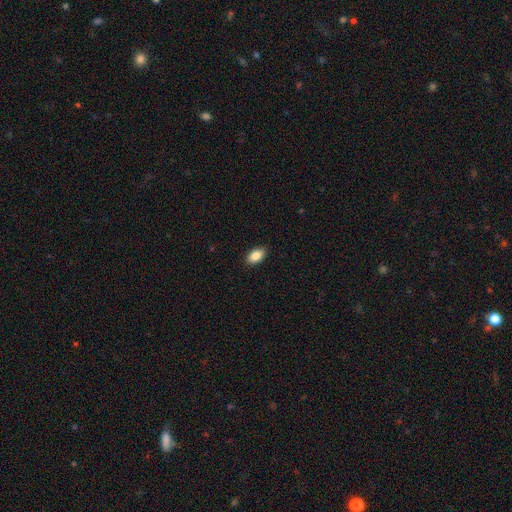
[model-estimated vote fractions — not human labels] Smooth or featured? smooth (87%)
How rounded? in between (92%)
Merging? none (88%)